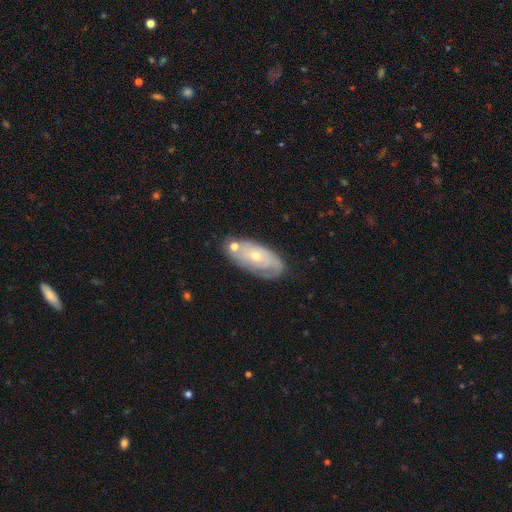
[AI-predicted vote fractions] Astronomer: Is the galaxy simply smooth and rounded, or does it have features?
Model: featured or disk — 63%.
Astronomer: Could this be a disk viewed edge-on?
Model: no — 90%.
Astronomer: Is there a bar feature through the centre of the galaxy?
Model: no — 82%.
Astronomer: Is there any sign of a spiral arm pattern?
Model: yes — 67%.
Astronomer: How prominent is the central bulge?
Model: small — 56% (runner-up: moderate, 40%).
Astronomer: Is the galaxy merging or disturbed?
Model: none — 63%.